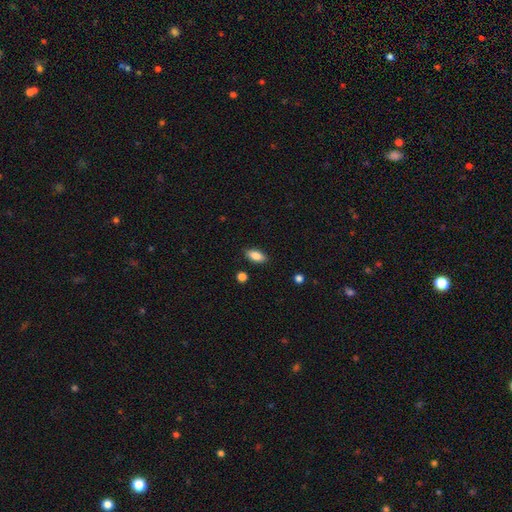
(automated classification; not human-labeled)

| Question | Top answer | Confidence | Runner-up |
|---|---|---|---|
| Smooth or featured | smooth | 85% | featured or disk (8%) |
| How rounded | in between | 88% | cigar-shaped (8%) |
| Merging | none | 87% | minor disturbance (10%) |